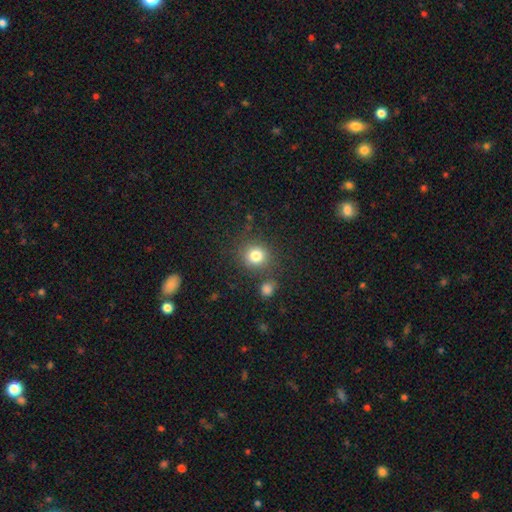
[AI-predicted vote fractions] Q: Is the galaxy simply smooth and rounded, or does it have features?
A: smooth — 81%.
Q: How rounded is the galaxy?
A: round — 88%.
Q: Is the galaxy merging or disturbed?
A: none — 79%.